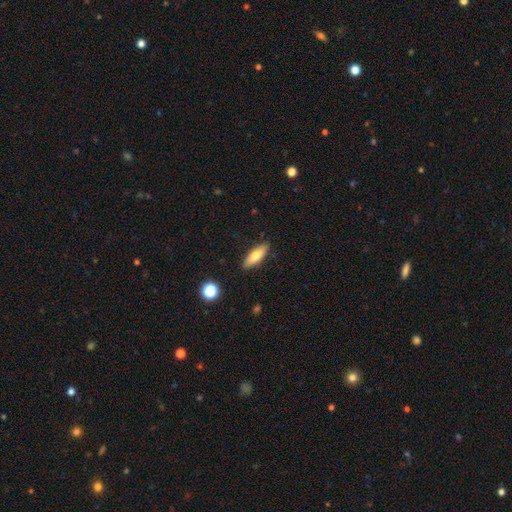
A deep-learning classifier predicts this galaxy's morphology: Smooth or featured: smooth — 68% (featured or disk — 26%)
How rounded: in between — 55% (cigar-shaped — 42%)
Merging: none — 88% (minor disturbance — 9%)